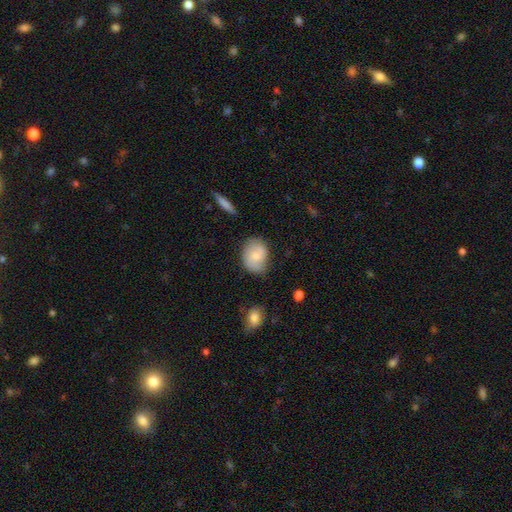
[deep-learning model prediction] Smooth or featured?
  - smooth: 72% *
  - featured or disk: 21%
  - star or artifact: 7%
How rounded?
  - in between: 62% *
  - round: 37%
  - cigar-shaped: 1%
Merging?
  - none: 70% *
  - minor disturbance: 22%
  - major disturbance: 5%
  - merger: 3%